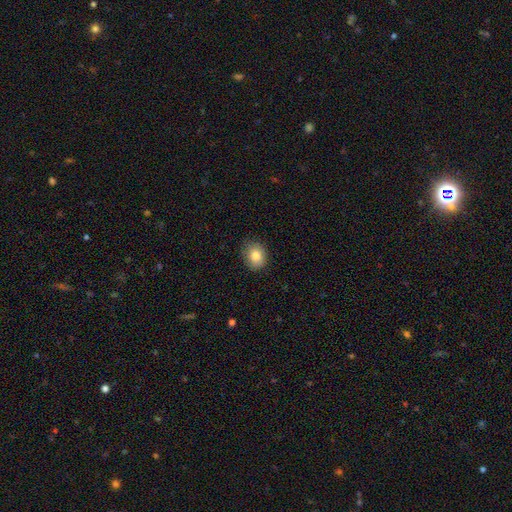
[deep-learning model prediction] A smooth galaxy with no disk features (84%) that is round (53%).

Vote fractions:
- Smooth or featured? smooth: 84% / star or artifact: 9% / featured or disk: 8%
- How rounded? round: 53% / in between: 46% / cigar-shaped: 1%
- Merging? none: 82% / minor disturbance: 14% / major disturbance: 3% / merger: 1%